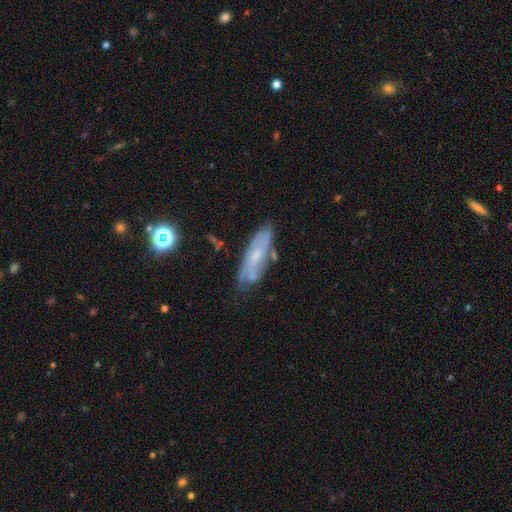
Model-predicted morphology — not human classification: Smooth or featured? featured or disk (54%)
Edge-on disk? no (71%)
Merging? none (68%)